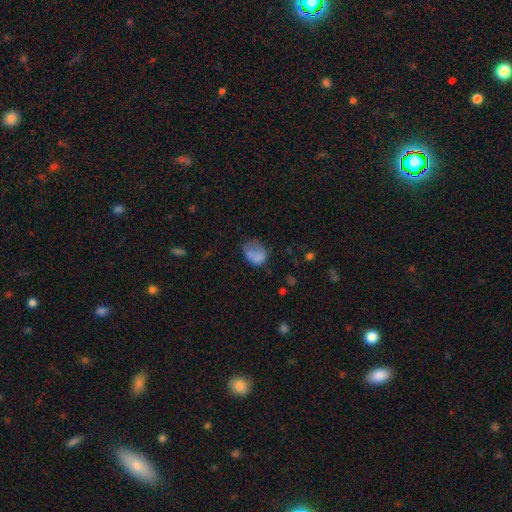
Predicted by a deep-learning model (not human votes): Morphology: type=smooth (72%); roundness=in between (62%); merging=none (37%).